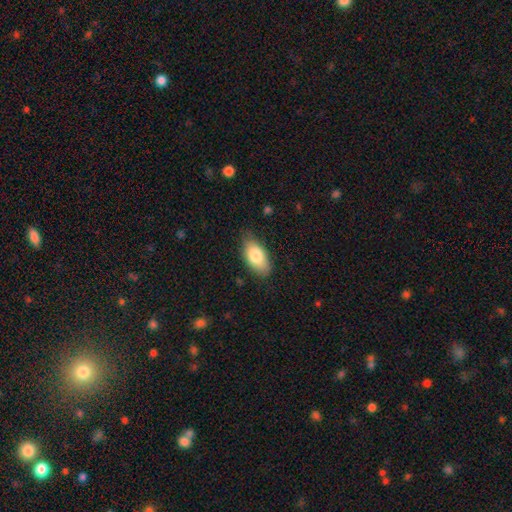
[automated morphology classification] A smooth galaxy with no disk features (80%) that is in between round and cigar-shaped (92%). Merging: none (77%).